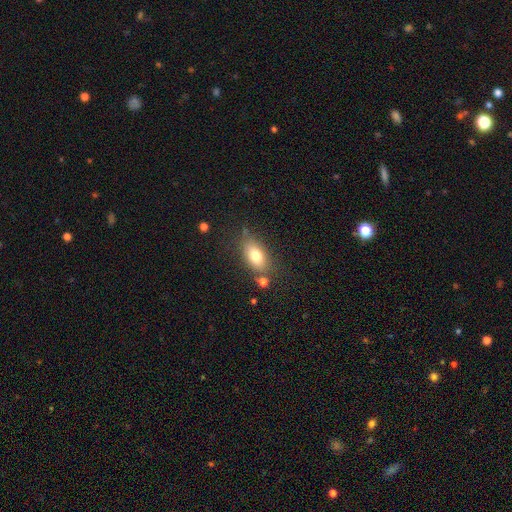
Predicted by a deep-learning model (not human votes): Smooth or featured?
  - smooth: 77% *
  - featured or disk: 13%
  - star or artifact: 9%
How rounded?
  - in between: 86% *
  - round: 9%
  - cigar-shaped: 5%
Merging?
  - none: 73% *
  - minor disturbance: 15%
  - merger: 7%
  - major disturbance: 5%